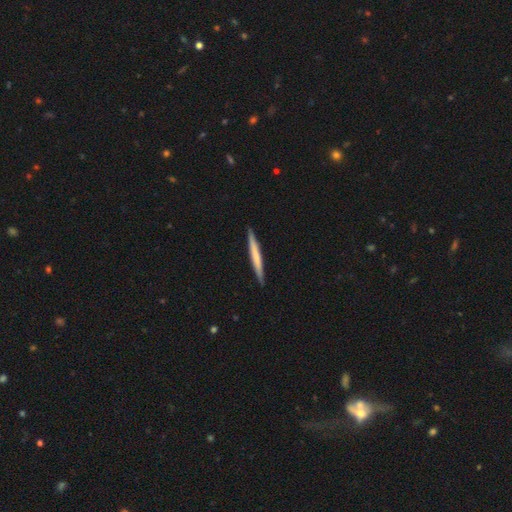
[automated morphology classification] This is possibly a smooth galaxy (59%). How rounded: clearly cigar-shaped (97%). Merging: clearly none (92%).